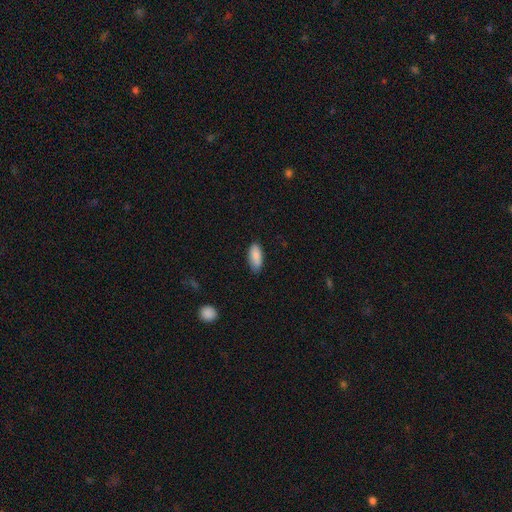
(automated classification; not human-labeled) smooth 88%, star or artifact 6%, featured or disk 5%. Down the decision tree: how rounded — in between (83%); merging — none (80%).